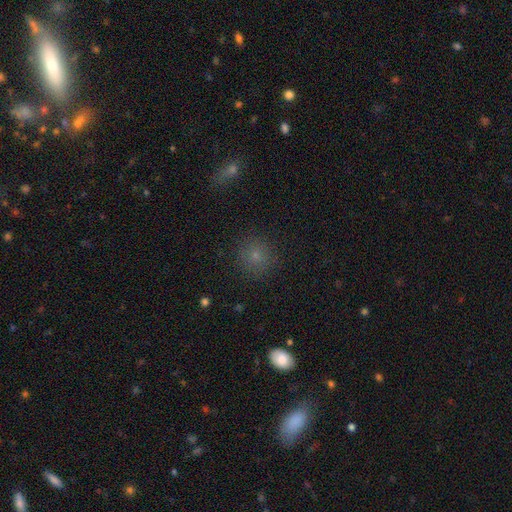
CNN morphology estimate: Smooth or featured? smooth (73%)
How rounded? round (92%)
Merging? none (88%)